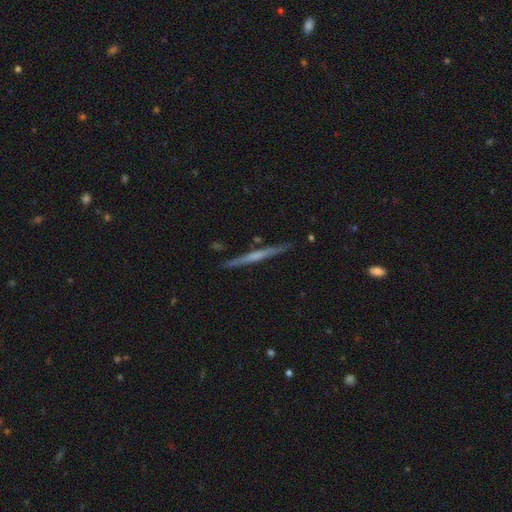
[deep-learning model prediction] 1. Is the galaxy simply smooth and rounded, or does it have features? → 63% featured or disk, 31% smooth, 6% star or artifact.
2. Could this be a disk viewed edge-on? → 98% yes, 2% no.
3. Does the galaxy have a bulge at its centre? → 65% none, 23% rounded, 12% boxy.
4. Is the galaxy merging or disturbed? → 90% none, 7% minor disturbance, 2% merger, 1% major disturbance.